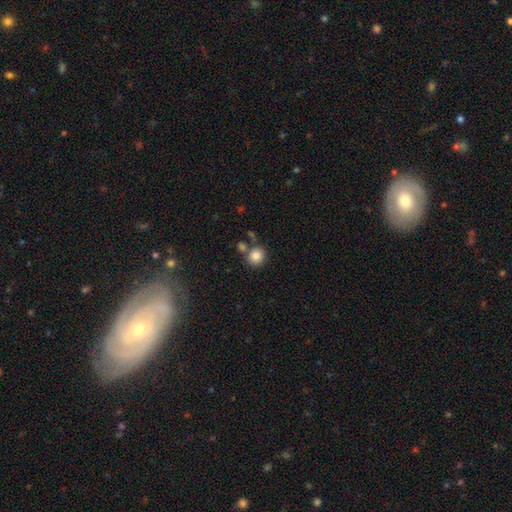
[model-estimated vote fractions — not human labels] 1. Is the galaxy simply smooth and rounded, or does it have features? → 85% smooth, 10% star or artifact, 5% featured or disk.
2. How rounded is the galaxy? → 86% round, 13% in between, 1% cigar-shaped.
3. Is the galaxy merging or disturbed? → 70% none, 16% merger, 10% minor disturbance, 3% major disturbance.